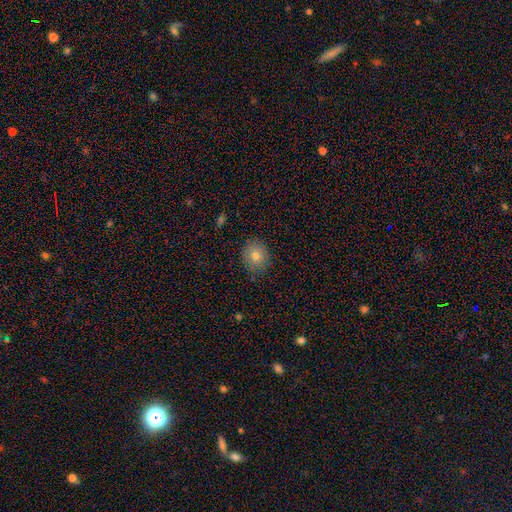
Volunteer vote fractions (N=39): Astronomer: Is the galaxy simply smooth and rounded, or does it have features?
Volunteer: smooth — 82%.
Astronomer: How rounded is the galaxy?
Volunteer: round — 81%.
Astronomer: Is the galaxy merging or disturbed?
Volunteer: none — 80%.